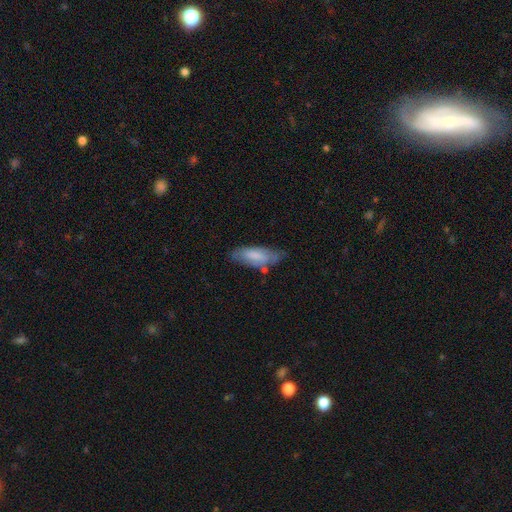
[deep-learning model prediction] Smooth or featured: smooth — 69% (featured or disk — 24%)
How rounded: in between — 68% (cigar-shaped — 30%)
Merging: none — 58% (minor disturbance — 29%)